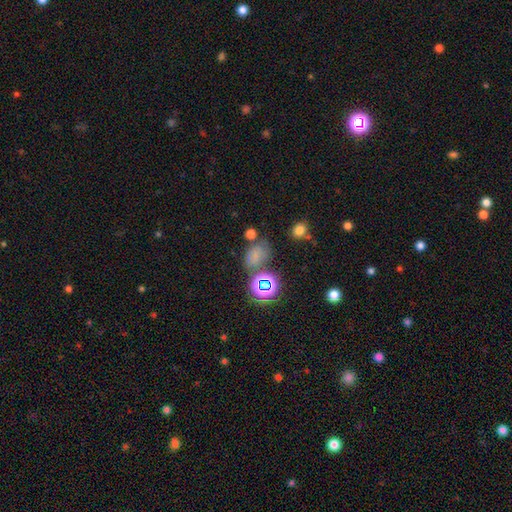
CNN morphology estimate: Smooth or featured? smooth (54%)
How rounded? in between (67%)
Merging? none (56%)